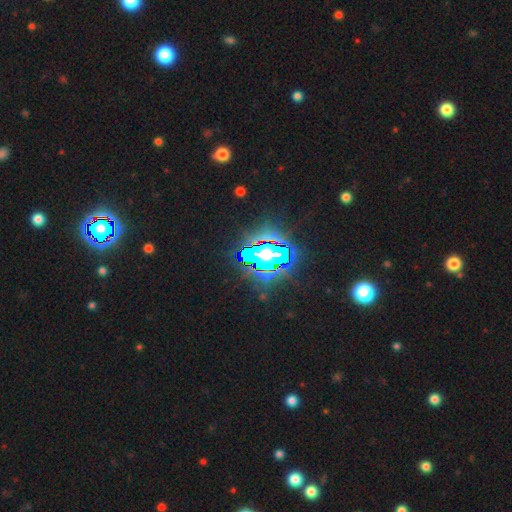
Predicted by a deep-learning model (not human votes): Smooth or featured? star or artifact (86%)